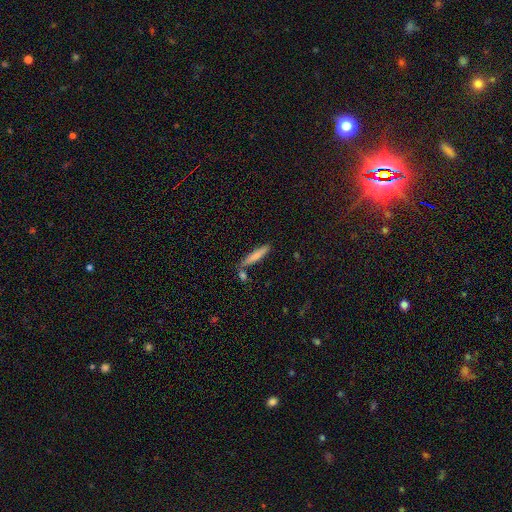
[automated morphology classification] Smooth or featured? Predicted: smooth (p=0.73). How rounded? Predicted: cigar-shaped (p=0.89). Merging? Predicted: none (p=0.72).